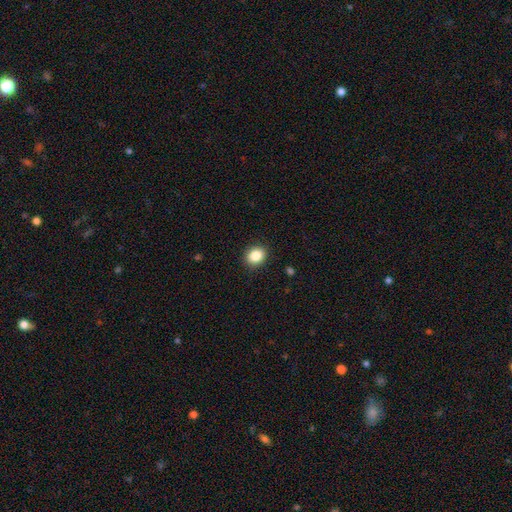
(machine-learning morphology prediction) smooth 85%, star or artifact 10%, featured or disk 5%. Down the decision tree: how rounded — round (62%); merging — none (90%).